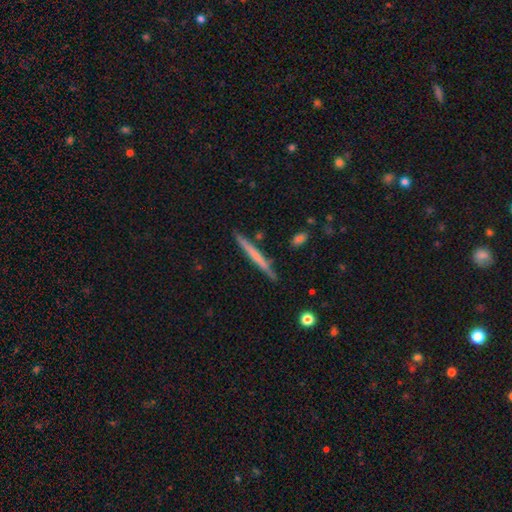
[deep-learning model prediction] smooth-or-featured: smooth: 52% | featured or disk: 42% | star or artifact: 5%
  how-rounded: cigar-shaped: 97% | in between: 2% | round: 1%
  merging: none: 86% | minor disturbance: 9% | merger: 3% | major disturbance: 2%